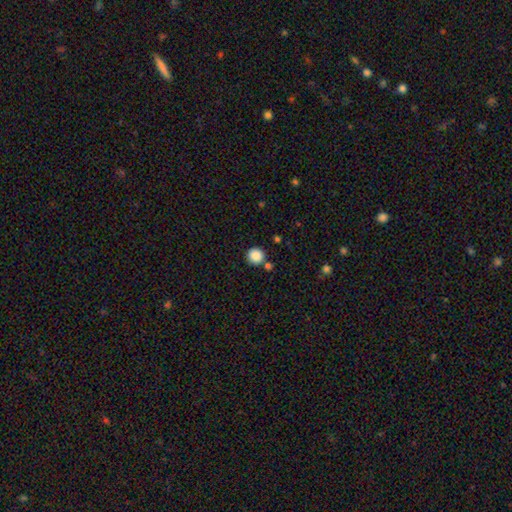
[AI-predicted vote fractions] smooth_or_featured: smooth (p=0.87) [alt: star or artifact p=0.09]
how_rounded: round (p=0.95) [alt: in between p=0.04]
merging: none (p=0.83) [alt: merger p=0.08]